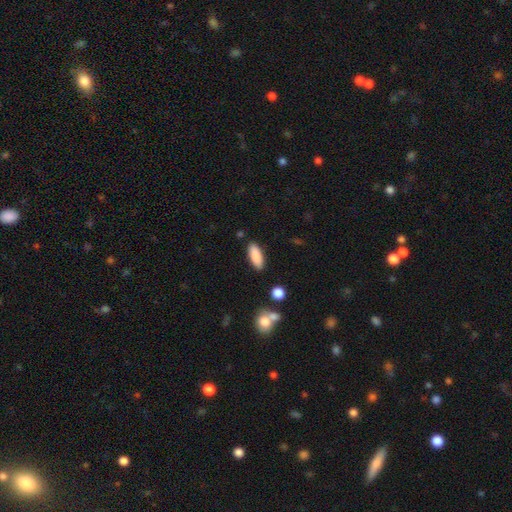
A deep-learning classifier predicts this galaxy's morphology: The model was most divided on "how rounded": in between: 70%, cigar-shaped: 28%, round: 2%. More confident: smooth or featured — smooth (87%); merging — none (87%).